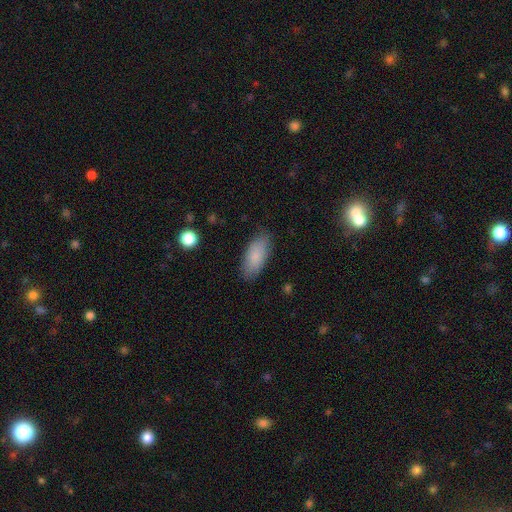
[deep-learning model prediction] Overall: smooth (85%). How rounded: in between (86%). Merging: none (83%).